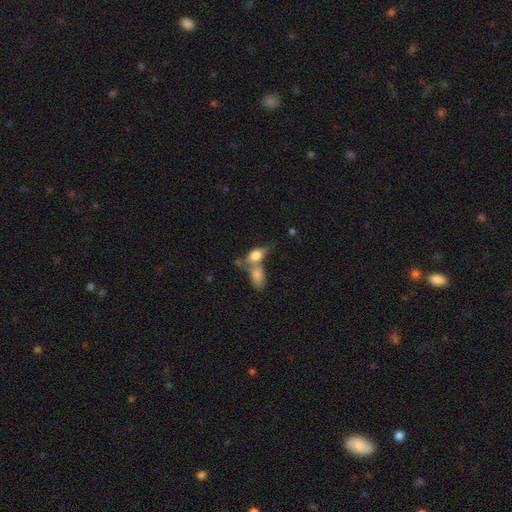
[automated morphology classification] The model was most divided on "merging": merger: 54%, none: 28%, minor disturbance: 11%, major disturbance: 8%. More confident: how rounded — in between (80%); smooth or featured — smooth (68%).